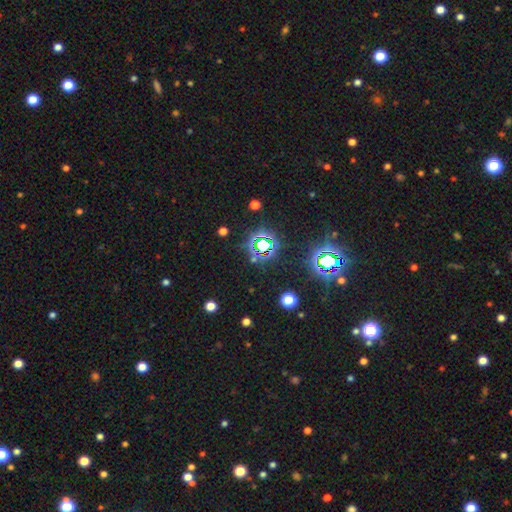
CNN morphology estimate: Smooth or featured: star or artifact — 78% (smooth — 14%)